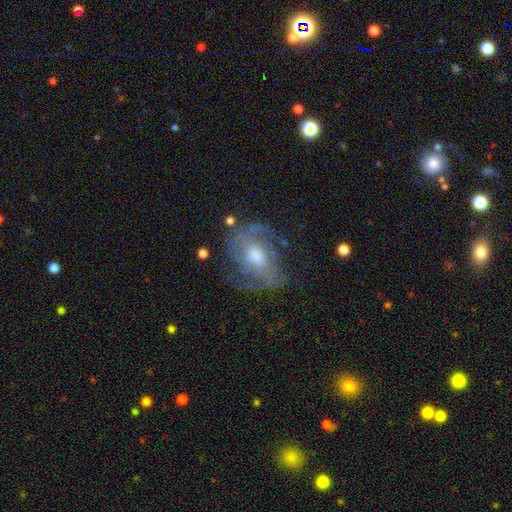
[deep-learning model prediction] smooth-or-featured: featured or disk: 78% | smooth: 15% | star or artifact: 7%
  disk-edge-on: no: 96% | yes: 4%
    bar: no: 52% | weak: 39% | strong: 9%
    has-spiral-arms: yes: 86% | no: 14%
      spiral-winding: medium: 45% | tight: 34% | loose: 21%
      spiral-arm-count: 2: 49% | can't tell: 28% | 3: 10% | 1: 5% | 4: 4% | more than 4: 3%
    bulge-size: moderate: 63% | small: 21% | large: 12% | none: 3% | dominant: 1%
  merging: none: 62% | minor disturbance: 21% | major disturbance: 15% | merger: 2%